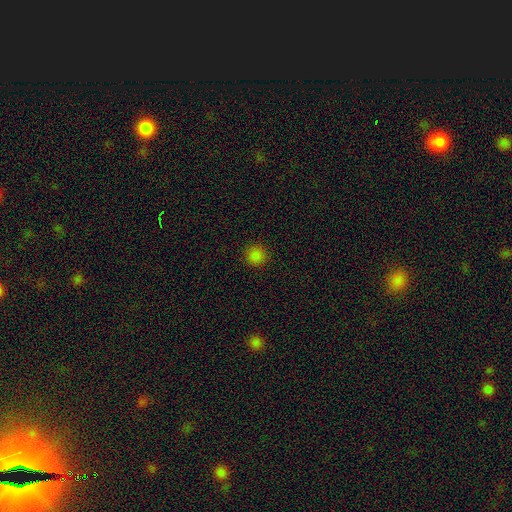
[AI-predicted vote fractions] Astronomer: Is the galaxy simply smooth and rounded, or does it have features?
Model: smooth — 83%.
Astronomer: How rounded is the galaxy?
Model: round — 94%.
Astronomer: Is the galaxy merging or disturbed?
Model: none — 91%.